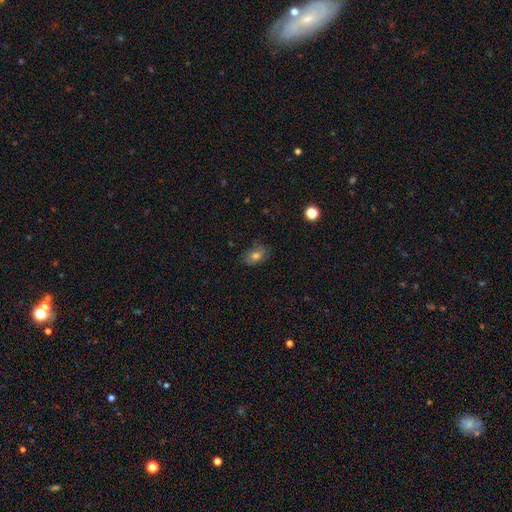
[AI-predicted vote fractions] A smooth galaxy with no disk features (76%) that is in between round and cigar-shaped (79%).

Vote fractions:
- Smooth or featured? smooth: 76% / featured or disk: 13% / star or artifact: 11%
- How rounded? in between: 79% / round: 19% / cigar-shaped: 1%
- Merging? none: 76% / minor disturbance: 18% / major disturbance: 4% / merger: 1%